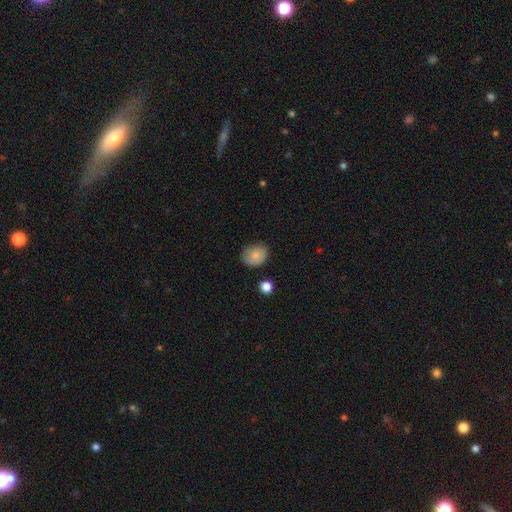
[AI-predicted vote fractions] smooth_or_featured: smooth (p=0.78) [alt: featured or disk p=0.14]
how_rounded: round (p=0.52) [alt: in between p=0.47]
merging: none (p=0.73) [alt: minor disturbance p=0.21]